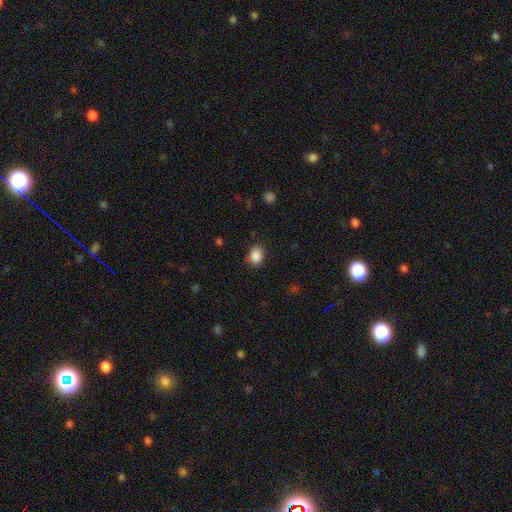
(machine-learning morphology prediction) smooth_or_featured: smooth (p=0.88) [alt: star or artifact p=0.09]
how_rounded: in between (p=0.58) [alt: round p=0.41]
merging: none (p=0.83) [alt: minor disturbance p=0.13]